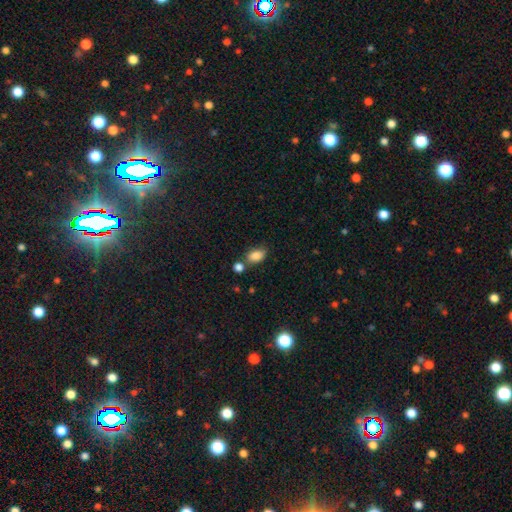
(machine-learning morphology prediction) smooth-or-featured: smooth: 85% | star or artifact: 9% | featured or disk: 6%
  how-rounded: in between: 84% | round: 15% | cigar-shaped: 2%
  merging: none: 59% | merger: 19% | minor disturbance: 17% | major disturbance: 5%